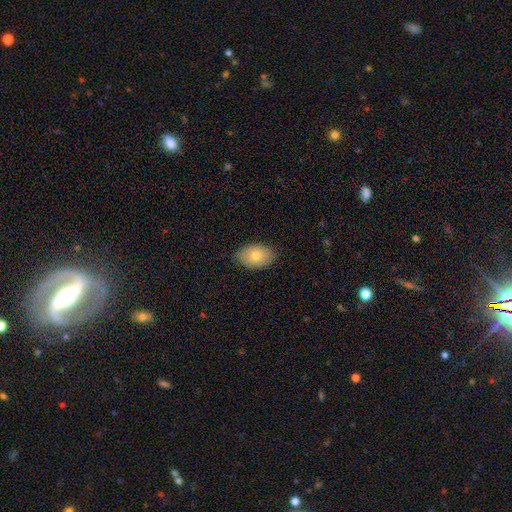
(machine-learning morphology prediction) smooth-or-featured: smooth: 74% | featured or disk: 19% | star or artifact: 7%
  how-rounded: in between: 89% | round: 10% | cigar-shaped: 1%
  merging: none: 84% | minor disturbance: 13% | major disturbance: 2% | merger: 1%